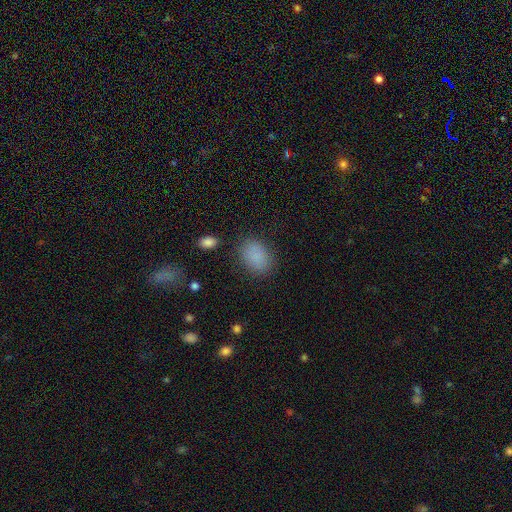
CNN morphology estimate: type=smooth (87%); roundness=in between (77%); merging=none (82%).